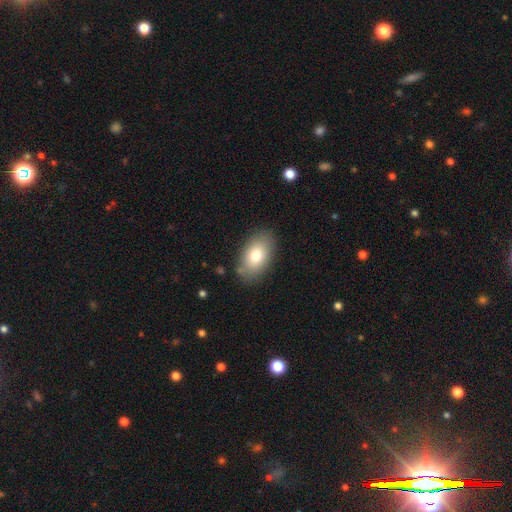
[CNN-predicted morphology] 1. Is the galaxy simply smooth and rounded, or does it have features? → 79% smooth, 14% featured or disk, 7% star or artifact.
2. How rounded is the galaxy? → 92% in between, 6% round, 2% cigar-shaped.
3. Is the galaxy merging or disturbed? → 83% none, 12% minor disturbance, 3% major disturbance, 2% merger.